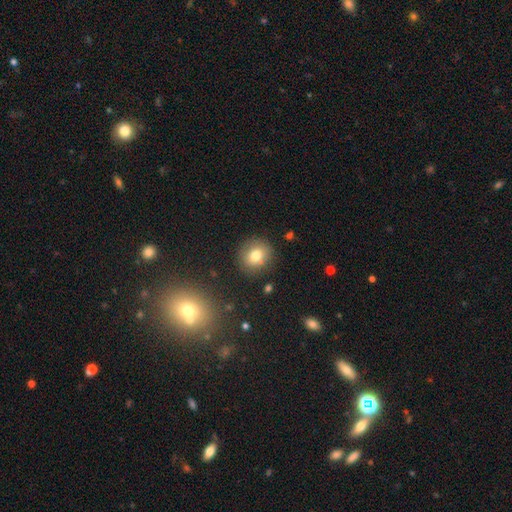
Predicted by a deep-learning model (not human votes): Smooth or featured?
  - smooth: 77% *
  - star or artifact: 11%
  - featured or disk: 11%
How rounded?
  - round: 80% *
  - in between: 19%
  - cigar-shaped: 1%
Merging?
  - none: 84% *
  - minor disturbance: 10%
  - major disturbance: 3%
  - merger: 3%